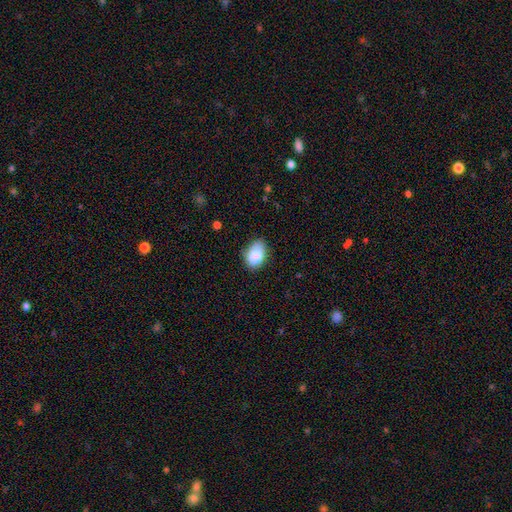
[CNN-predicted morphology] Overall: smooth (85%). How rounded: in between (87%). Merging: none (69%).